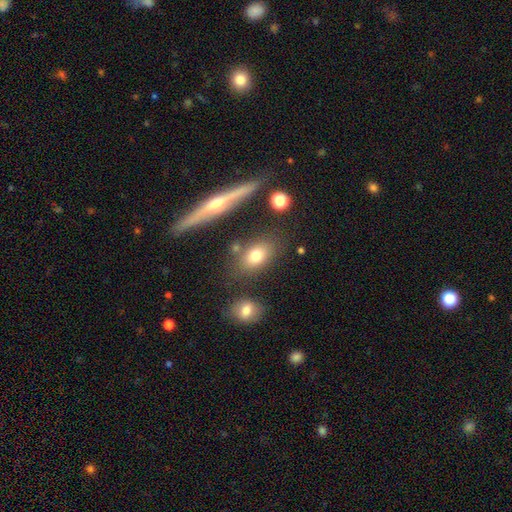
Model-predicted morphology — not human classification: smooth-or-featured: smooth: 76% | featured or disk: 14% | star or artifact: 11%
  how-rounded: in between: 74% | round: 22% | cigar-shaped: 4%
  merging: none: 74% | minor disturbance: 13% | merger: 9% | major disturbance: 5%